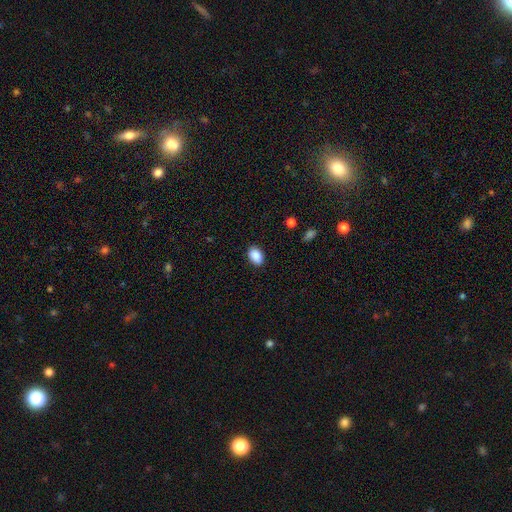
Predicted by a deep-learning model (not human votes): The model was most divided on "how rounded": in between: 87%, round: 12%, cigar-shaped: 1%. More confident: smooth or featured — smooth (89%); merging — none (87%).